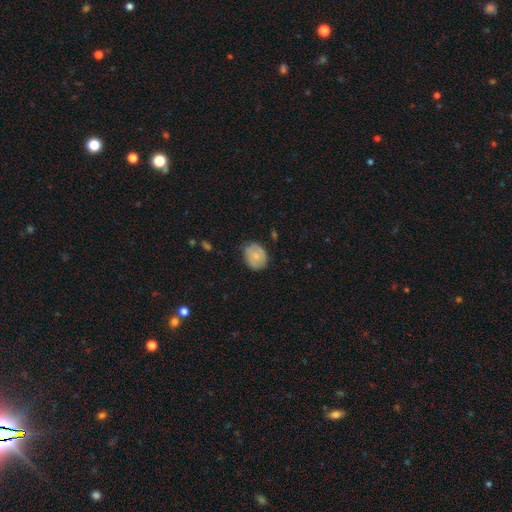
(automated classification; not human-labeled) Morphology: type=smooth (65%); roundness=round (51%); merging=none (70%).